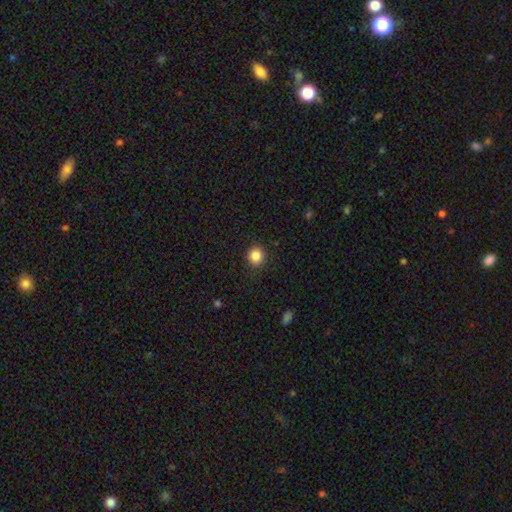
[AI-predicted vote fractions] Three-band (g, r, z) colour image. It shows a smooth galaxy with no disk features (85%) that is round (87%). Merging: none (90%).